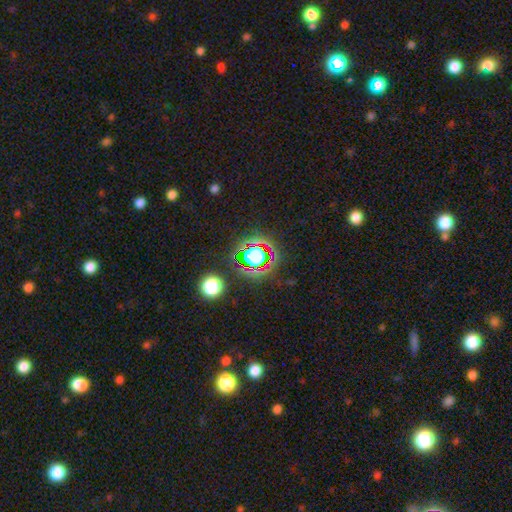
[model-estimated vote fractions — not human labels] A star or artifact, not a galaxy (60%).

Vote fractions:
- Smooth or featured? star or artifact: 60% / smooth: 25% / featured or disk: 15%